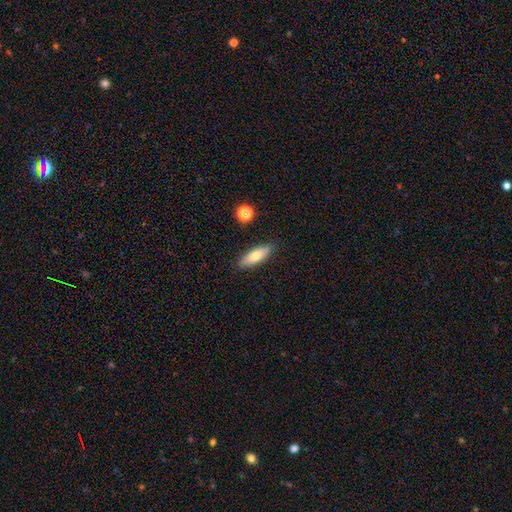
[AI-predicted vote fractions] Smooth or featured?
  - smooth: 68% *
  - featured or disk: 25%
  - star or artifact: 7%
How rounded?
  - in between: 50% *
  - cigar-shaped: 47%
  - round: 3%
Merging?
  - none: 87% *
  - minor disturbance: 9%
  - major disturbance: 2%
  - merger: 2%